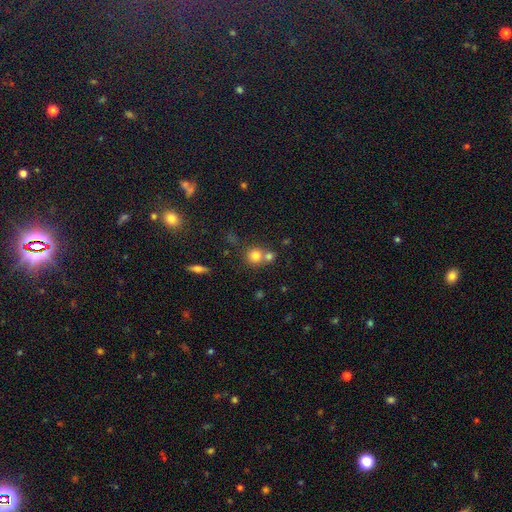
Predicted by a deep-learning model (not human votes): Smooth or featured?
  - smooth: 78% *
  - star or artifact: 12%
  - featured or disk: 10%
How rounded?
  - round: 88% *
  - in between: 11%
  - cigar-shaped: 1%
Merging?
  - none: 50% *
  - merger: 41%
  - minor disturbance: 7%
  - major disturbance: 3%